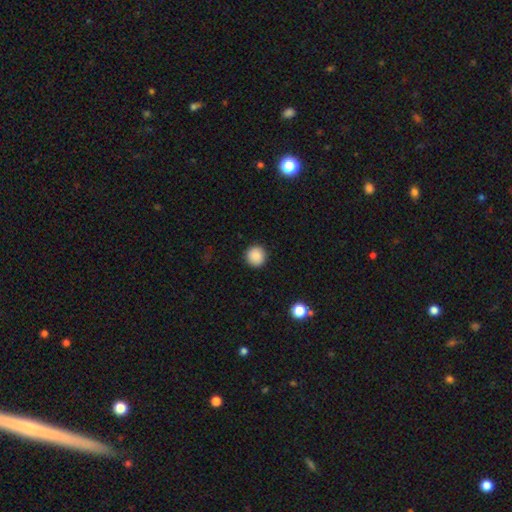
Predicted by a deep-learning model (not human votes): This is clearly a smooth galaxy (89%). How rounded: clearly round (95%). Merging: clearly none (92%).